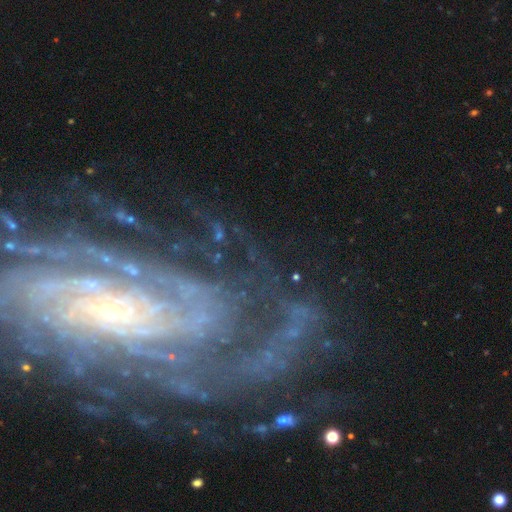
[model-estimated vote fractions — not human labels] smooth-or-featured: featured or disk: 90% | star or artifact: 6% | smooth: 4%
  disk-edge-on: no: 96% | yes: 4%
    bar: no: 61% | weak: 24% | strong: 14%
    has-spiral-arms: yes: 98% | no: 2%
      spiral-winding: tight: 74% | medium: 22% | loose: 4%
      spiral-arm-count: more than 4: 24% | can't tell: 22% | 4: 19% | 2: 13% | 3: 13% | 1: 9%
    bulge-size: small: 80% | moderate: 13% | none: 4% | large: 2% | dominant: 1%
  merging: none: 74% | minor disturbance: 14% | major disturbance: 9% | merger: 2%